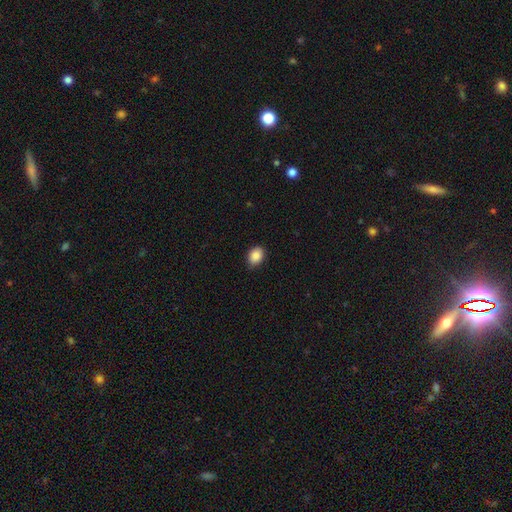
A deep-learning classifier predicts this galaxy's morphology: Smooth or featured: smooth — 88% (star or artifact — 8%)
How rounded: in between — 64% (round — 35%)
Merging: none — 82% (minor disturbance — 14%)